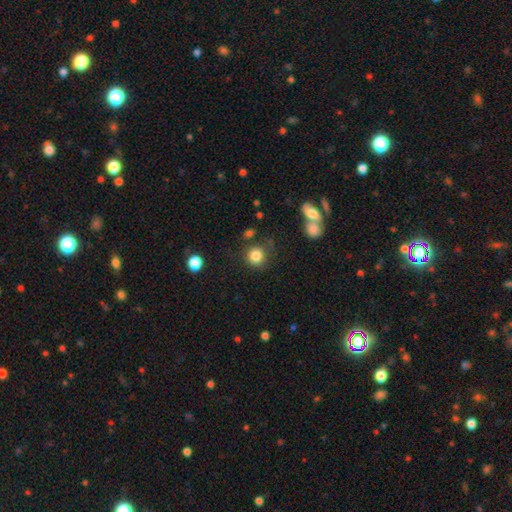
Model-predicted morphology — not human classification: Smooth or featured: smooth — 84% (star or artifact — 10%)
How rounded: round — 90% (in between — 9%)
Merging: none — 75% (minor disturbance — 13%)